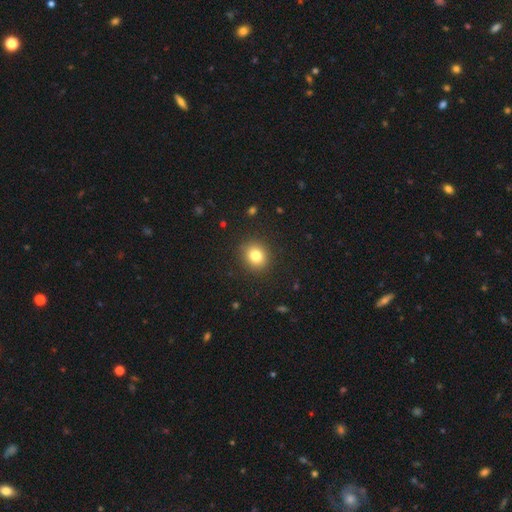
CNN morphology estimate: This is clearly a smooth galaxy (81%). How rounded: likely round (78%). Merging: clearly none (90%).